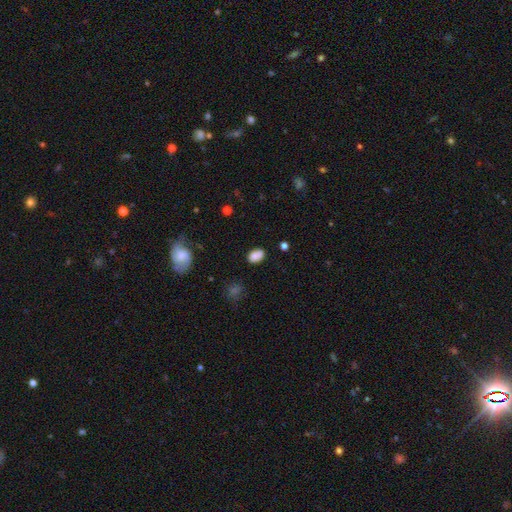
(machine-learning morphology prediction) The model was most divided on "merging": none: 76%, minor disturbance: 17%, major disturbance: 4%, merger: 3%. More confident: how rounded — in between (87%); smooth or featured — smooth (84%).